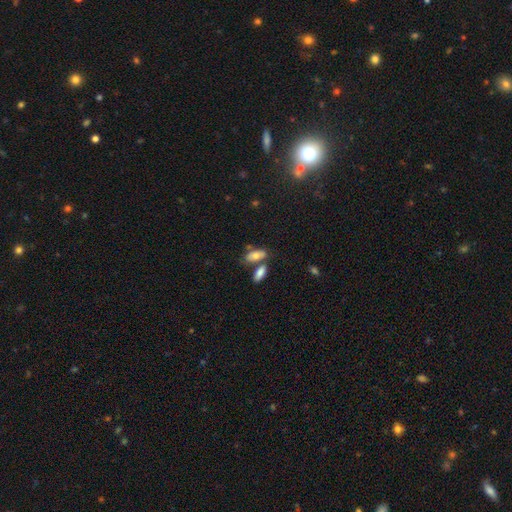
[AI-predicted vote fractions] The model was most divided on "merging": none: 55%, merger: 28%, minor disturbance: 13%, major disturbance: 4%. More confident: how rounded — in between (83%); smooth or featured — smooth (73%).